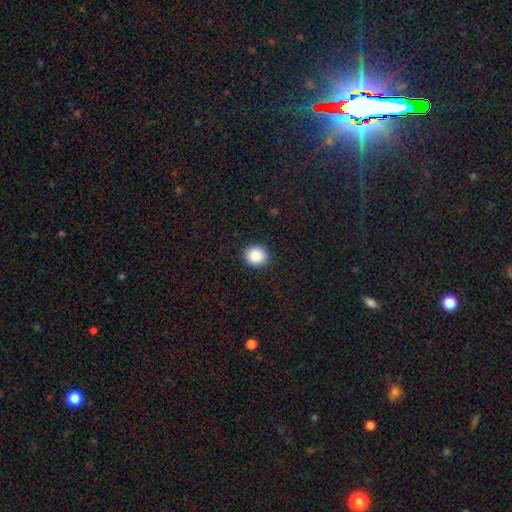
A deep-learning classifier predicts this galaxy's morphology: smooth 88%, star or artifact 9%, featured or disk 3%. Down the decision tree: how rounded — round (85%); merging — none (92%).